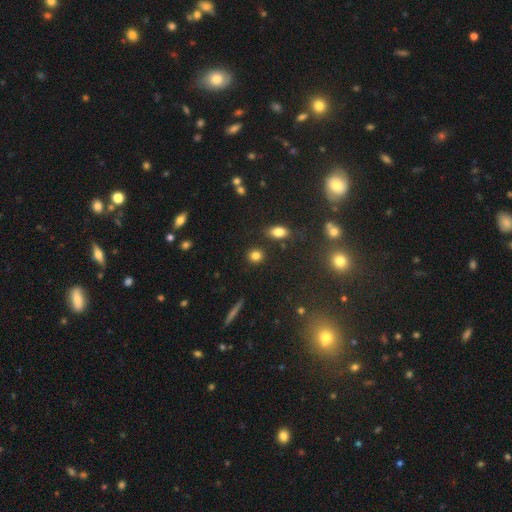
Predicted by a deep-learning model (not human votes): This appears to be a smooth galaxy with no disk features (83%) that is round (77%). Merging: none (87%).